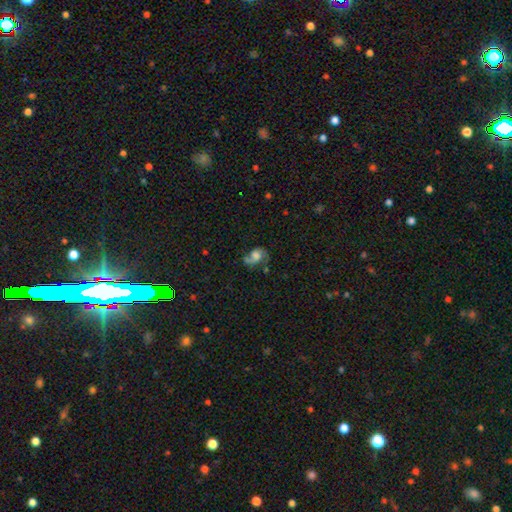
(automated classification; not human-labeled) This is likely a featured or disk galaxy (61%). It is clearly not viewed edge-on (97%). Bar: likely no (68%). Spiral arm pattern: clearly yes (88%). Spiral arm count: likely 2 (70%). Spiral winding: possibly loose (47%). Central bulge: marginally large (35%). Merging: possibly none (49%).